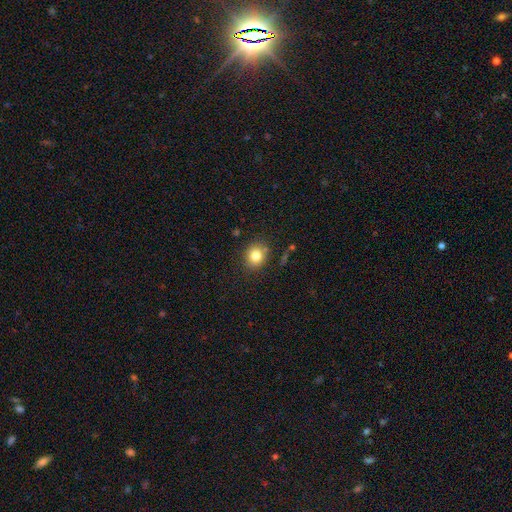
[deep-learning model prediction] smooth 81%, star or artifact 11%, featured or disk 8%. Down the decision tree: how rounded — round (72%); merging — none (84%).